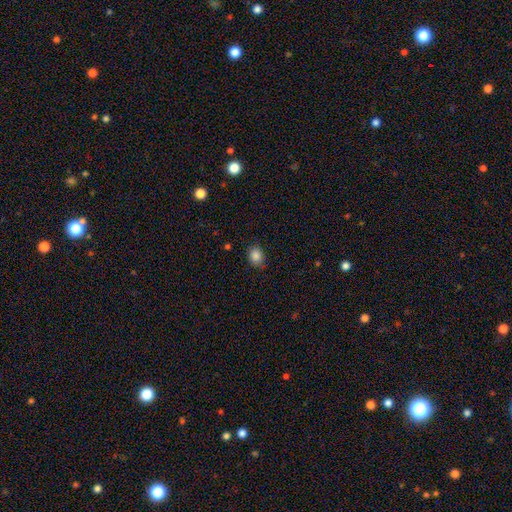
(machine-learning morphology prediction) Smooth or featured? smooth (86%)
How rounded? round (54%)
Merging? none (82%)